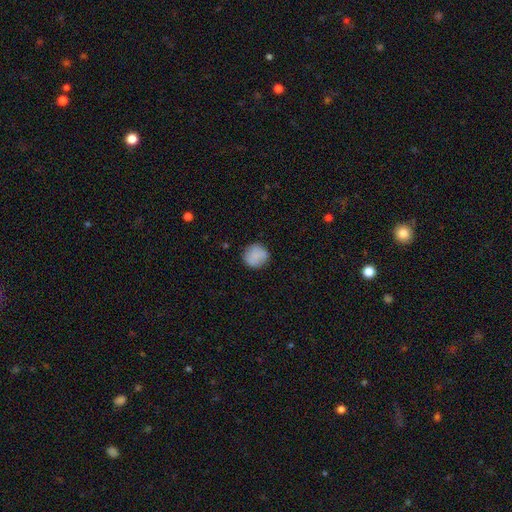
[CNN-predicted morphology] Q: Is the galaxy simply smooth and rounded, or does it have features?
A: smooth — 85%.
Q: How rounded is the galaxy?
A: round — 91%.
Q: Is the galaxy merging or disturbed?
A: none — 84%.